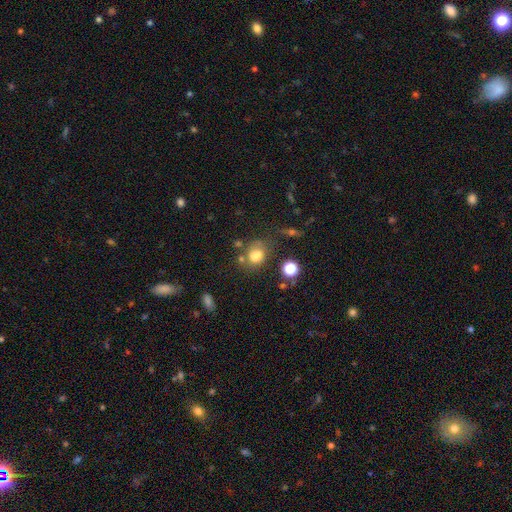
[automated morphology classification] A smooth galaxy with no disk features (73%) that is round (50%). Merging: none (55%).